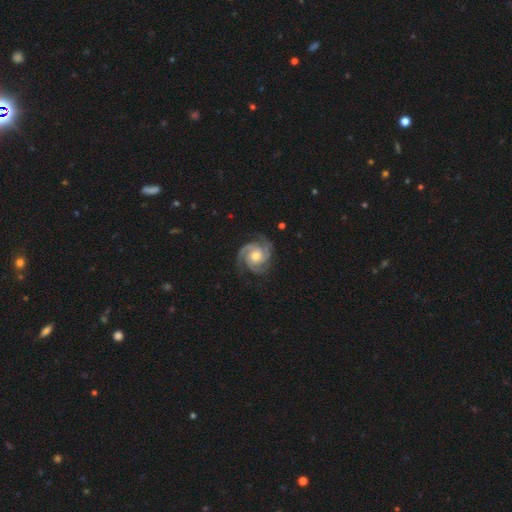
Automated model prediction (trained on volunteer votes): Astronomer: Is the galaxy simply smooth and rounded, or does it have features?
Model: featured or disk — 93%.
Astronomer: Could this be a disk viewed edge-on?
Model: no — 98%.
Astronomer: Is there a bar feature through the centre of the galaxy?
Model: no — 71%.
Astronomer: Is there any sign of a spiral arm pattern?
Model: yes — 99%.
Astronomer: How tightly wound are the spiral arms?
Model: tight — 62%.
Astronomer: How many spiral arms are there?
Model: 3 — 61%.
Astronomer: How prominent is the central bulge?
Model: moderate — 73%.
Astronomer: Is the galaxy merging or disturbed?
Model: none — 80%.